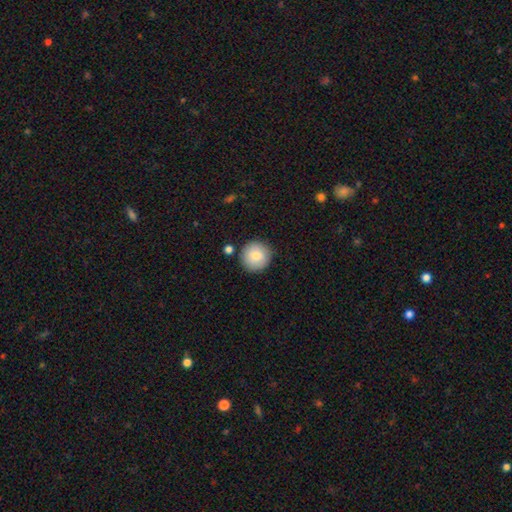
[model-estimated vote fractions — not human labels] Smooth or featured? Predicted: smooth (p=0.85). How rounded? Predicted: round (p=0.95). Merging? Predicted: none (p=0.85).